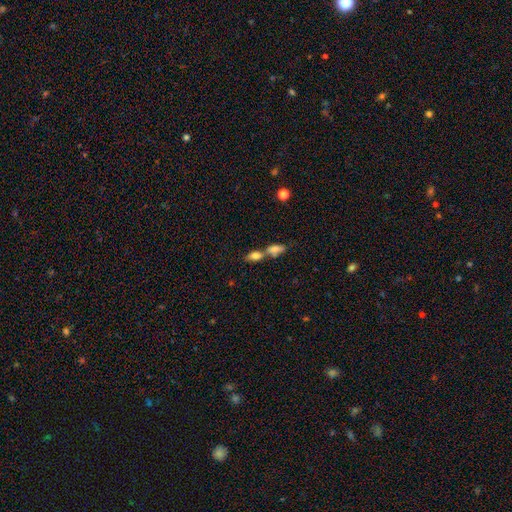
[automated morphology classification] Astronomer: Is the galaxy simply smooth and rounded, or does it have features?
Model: smooth — 76%.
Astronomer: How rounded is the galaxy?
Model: in between — 81%.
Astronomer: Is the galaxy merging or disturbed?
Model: merger — 58%.